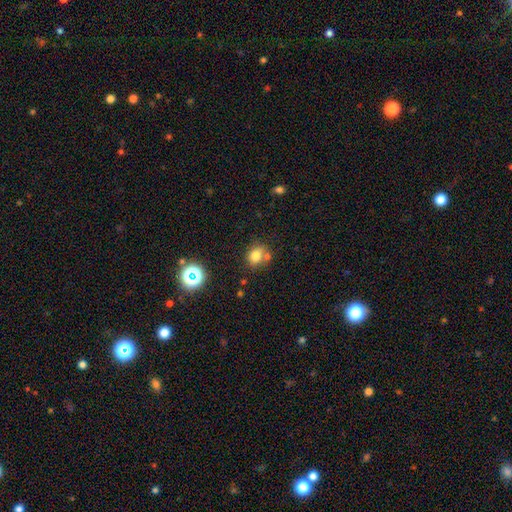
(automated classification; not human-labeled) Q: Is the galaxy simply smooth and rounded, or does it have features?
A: smooth — 75%.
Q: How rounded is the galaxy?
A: round — 62%.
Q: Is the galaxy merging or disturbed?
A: none — 57%.